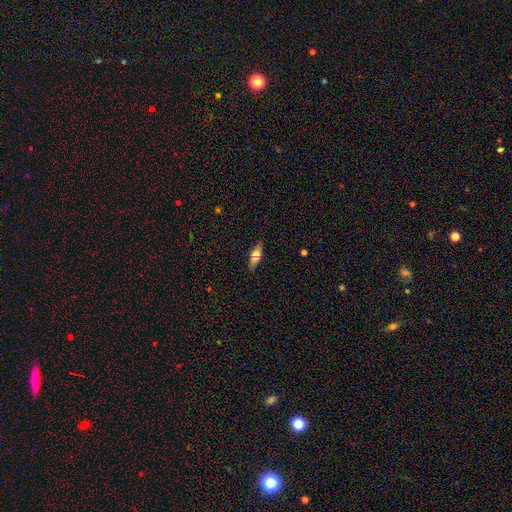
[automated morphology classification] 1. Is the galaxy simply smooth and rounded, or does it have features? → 59% smooth, 35% featured or disk, 6% star or artifact.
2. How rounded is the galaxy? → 49% in between, 48% cigar-shaped, 3% round.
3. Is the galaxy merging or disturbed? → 87% none, 10% minor disturbance, 2% major disturbance, 1% merger.